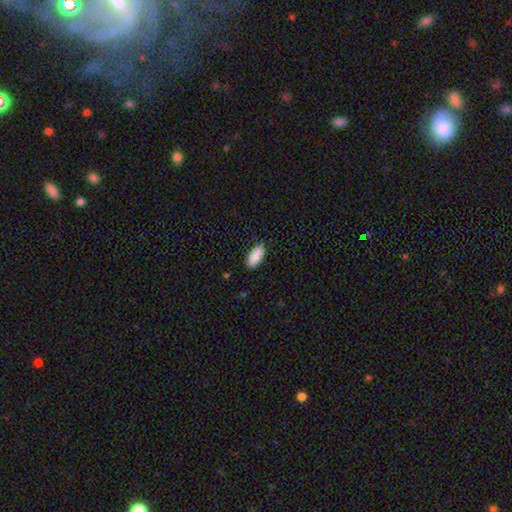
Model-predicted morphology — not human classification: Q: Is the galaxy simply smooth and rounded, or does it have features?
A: smooth — 90%.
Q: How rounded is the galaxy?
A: in between — 88%.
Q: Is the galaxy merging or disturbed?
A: none — 87%.